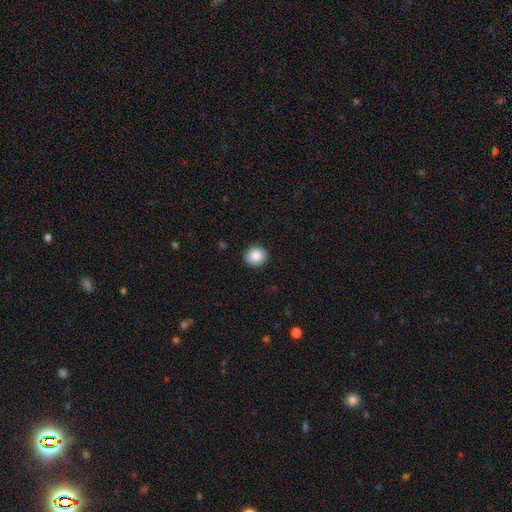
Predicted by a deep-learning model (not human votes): Smooth or featured? Predicted: smooth (p=0.88). How rounded? Predicted: round (p=0.88). Merging? Predicted: none (p=0.91).